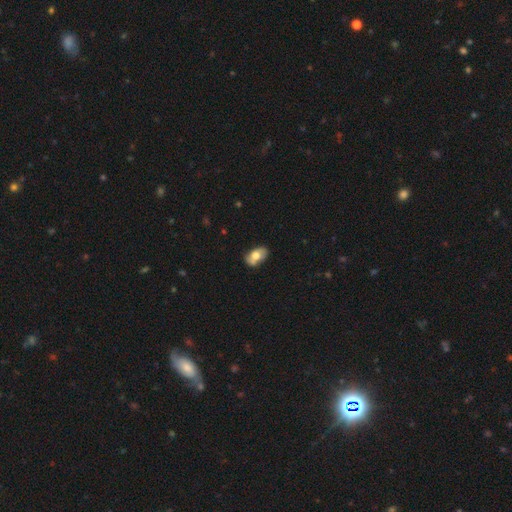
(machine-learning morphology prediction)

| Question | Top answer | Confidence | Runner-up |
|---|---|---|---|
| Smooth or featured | smooth | 64% | featured or disk (29%) |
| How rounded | in between | 91% | round (8%) |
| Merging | none | 67% | minor disturbance (22%) |